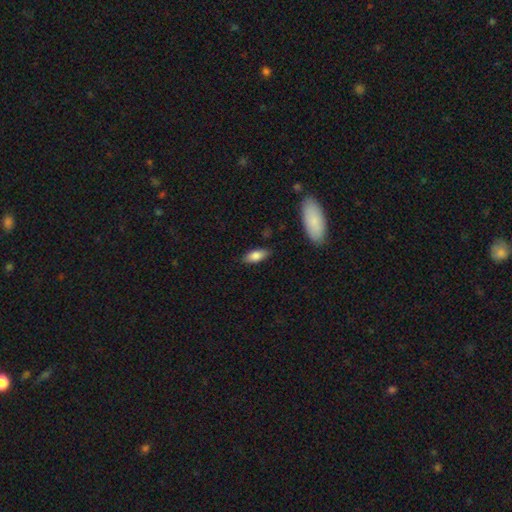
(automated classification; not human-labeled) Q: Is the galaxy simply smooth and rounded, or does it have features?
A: smooth — 80%.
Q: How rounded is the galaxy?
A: in between — 79%.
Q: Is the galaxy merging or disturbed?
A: none — 84%.